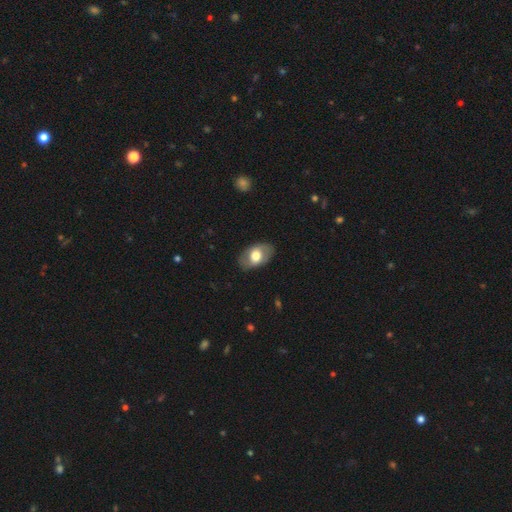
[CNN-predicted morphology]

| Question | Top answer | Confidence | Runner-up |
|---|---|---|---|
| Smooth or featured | smooth | 57% | featured or disk (37%) |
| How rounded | in between | 88% | round (10%) |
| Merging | none | 82% | minor disturbance (13%) |